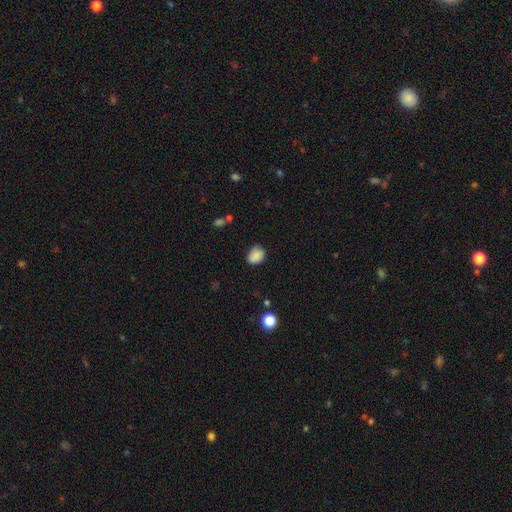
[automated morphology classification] A smooth galaxy with no disk features (86%) that is round (52%). Merging: none (76%).